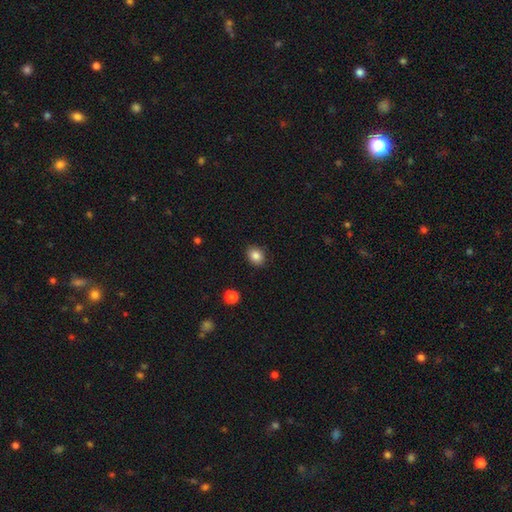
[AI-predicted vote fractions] The model was most divided on "how rounded": in between: 51%, round: 48%, cigar-shaped: 1%. More confident: merging — none (89%); smooth or featured — smooth (85%).